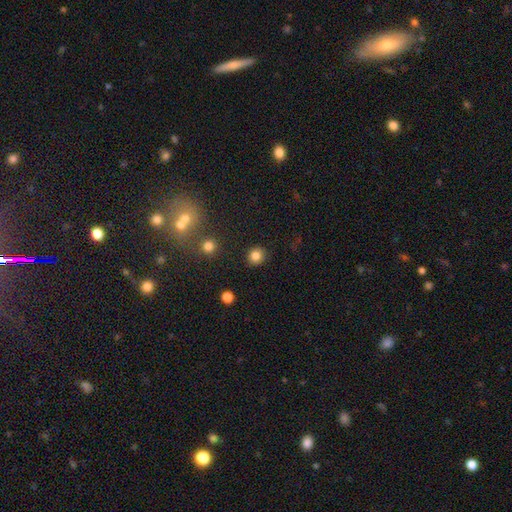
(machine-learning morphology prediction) smooth-or-featured: smooth: 83% | star or artifact: 12% | featured or disk: 5%
  how-rounded: round: 86% | in between: 13% | cigar-shaped: 1%
  merging: none: 90% | minor disturbance: 6% | major disturbance: 2% | merger: 2%